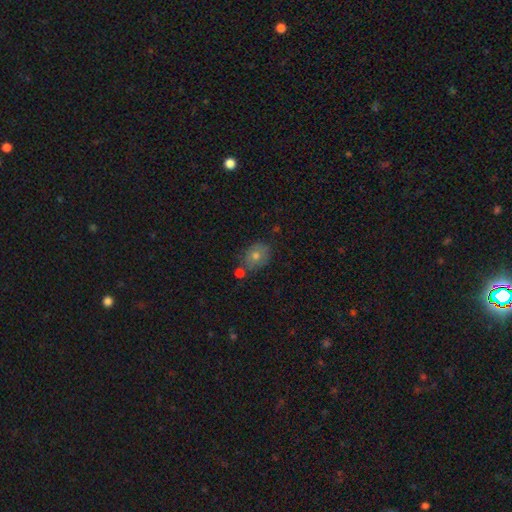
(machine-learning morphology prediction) Smooth or featured?
  - smooth: 66% *
  - featured or disk: 20%
  - star or artifact: 15%
How rounded?
  - in between: 54% *
  - round: 45%
  - cigar-shaped: 1%
Merging?
  - none: 71% *
  - minor disturbance: 15%
  - merger: 10%
  - major disturbance: 4%